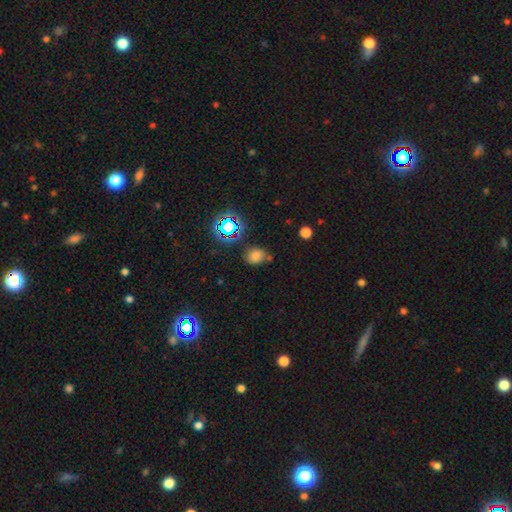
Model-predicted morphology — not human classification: Overall: smooth (58%; star or artifact 34%). How rounded: round (59%; in between 40%). Merging: none (68%).